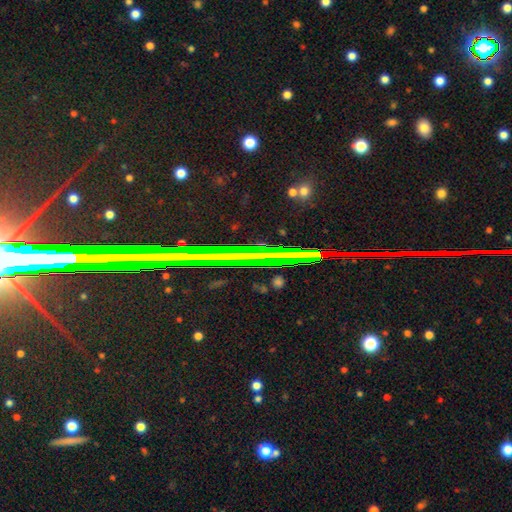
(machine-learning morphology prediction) The model was most divided on "smooth or featured": star or artifact: 77%, featured or disk: 14%, smooth: 9%.